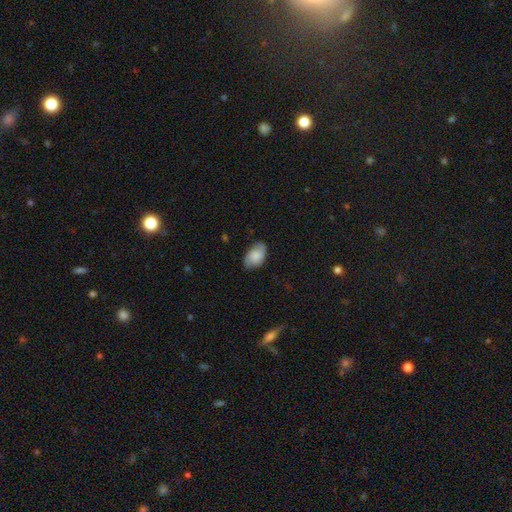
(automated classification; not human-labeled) This appears to be a smooth galaxy with no disk features (66%) that is in between round and cigar-shaped (89%). Merging: none (73%).